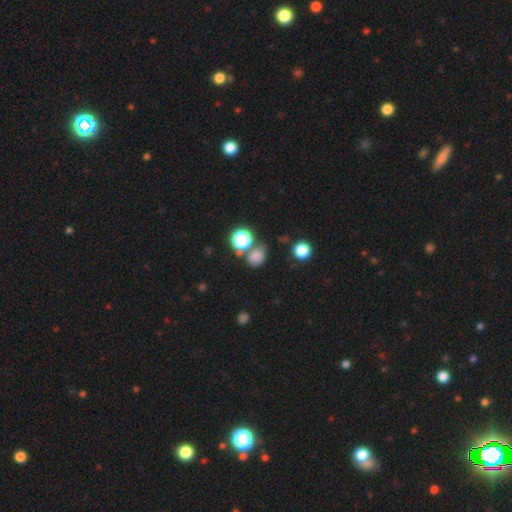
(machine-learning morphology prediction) smooth-or-featured: smooth: 74% | star or artifact: 19% | featured or disk: 7%
  how-rounded: round: 54% | in between: 45% | cigar-shaped: 1%
  merging: none: 56% | merger: 21% | minor disturbance: 15% | major disturbance: 7%